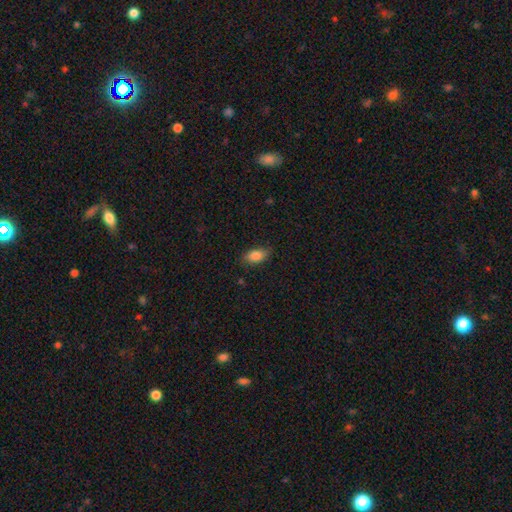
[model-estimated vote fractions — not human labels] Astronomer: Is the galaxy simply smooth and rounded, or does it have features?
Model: smooth — 83%.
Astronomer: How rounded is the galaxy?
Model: in between — 89%.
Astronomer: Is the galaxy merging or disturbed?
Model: none — 79%.